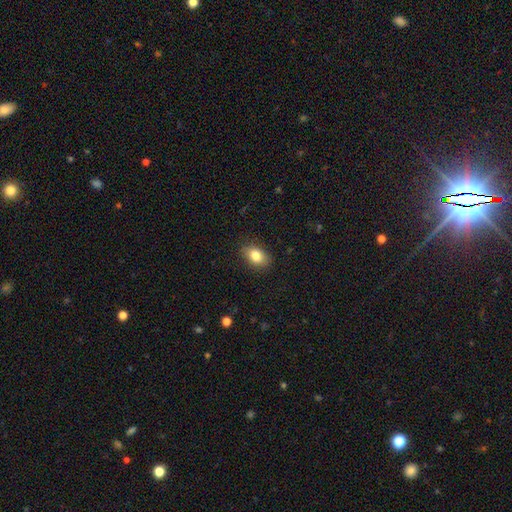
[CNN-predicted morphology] A smooth galaxy with no disk features (82%) that is in between round and cigar-shaped (83%).

Vote fractions:
- Smooth or featured? smooth: 82% / featured or disk: 9% / star or artifact: 8%
- How rounded? in between: 83% / round: 16% / cigar-shaped: 2%
- Merging? none: 87% / minor disturbance: 10% / major disturbance: 2% / merger: 1%